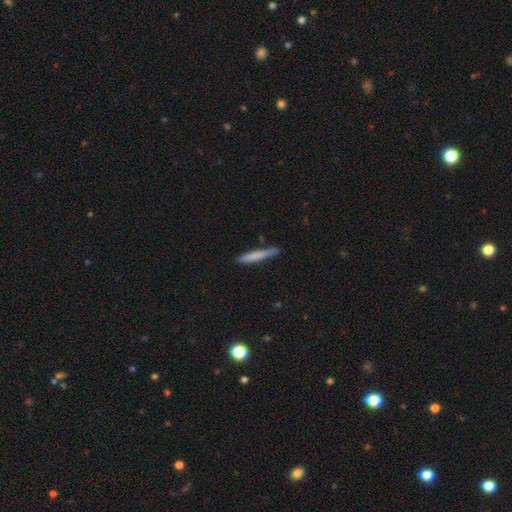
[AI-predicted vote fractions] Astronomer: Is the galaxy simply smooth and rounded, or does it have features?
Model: smooth — 73%.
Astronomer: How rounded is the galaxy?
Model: cigar-shaped — 95%.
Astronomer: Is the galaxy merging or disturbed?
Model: none — 85%.